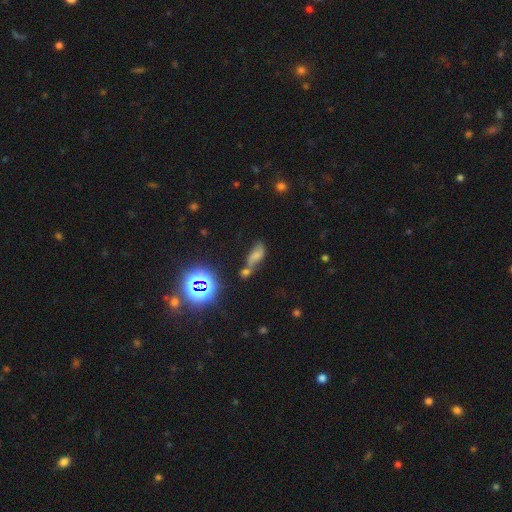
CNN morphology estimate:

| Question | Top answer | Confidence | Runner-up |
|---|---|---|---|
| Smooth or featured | smooth | 42% | featured or disk (32%) |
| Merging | merger | 39% | none (32%) |